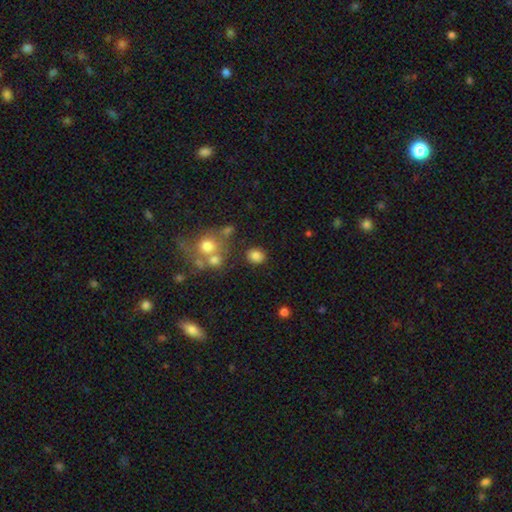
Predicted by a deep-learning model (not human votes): A smooth galaxy with no disk features (81%) that is round (70%).

Vote fractions:
- Smooth or featured? smooth: 81% / star or artifact: 11% / featured or disk: 7%
- How rounded? round: 70% / in between: 29% / cigar-shaped: 1%
- Merging? none: 81% / minor disturbance: 9% / merger: 6% / major disturbance: 4%